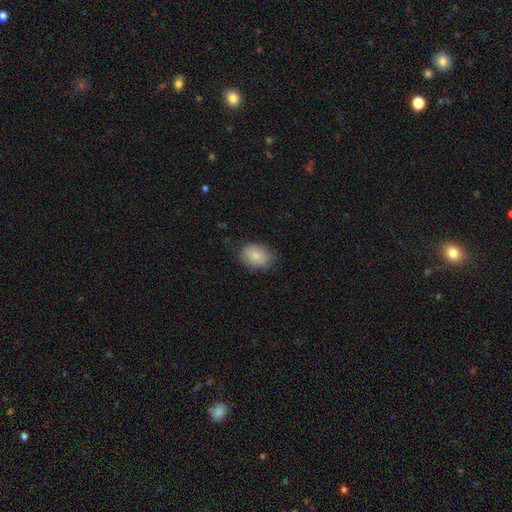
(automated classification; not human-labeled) smooth 83%, featured or disk 9%, star or artifact 8%. Down the decision tree: how rounded — in between (70%); merging — none (77%).